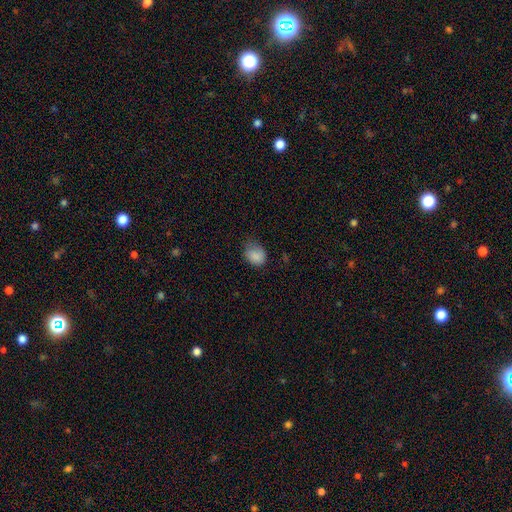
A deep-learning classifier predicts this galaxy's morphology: Smooth or featured: smooth — 85% (star or artifact — 9%)
How rounded: in between — 55% (round — 44%)
Merging: none — 52% (minor disturbance — 36%)